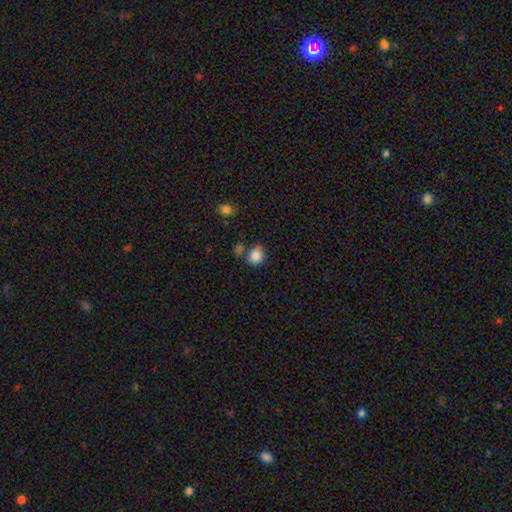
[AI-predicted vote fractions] smooth 86%, star or artifact 10%, featured or disk 4%. Down the decision tree: how rounded — round (67%); merging — none (62%).